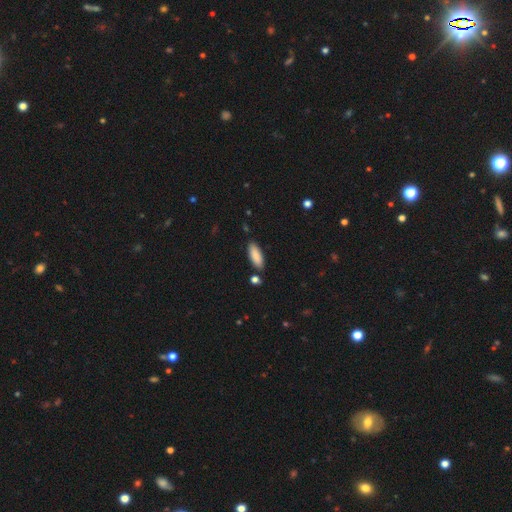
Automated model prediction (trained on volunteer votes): Q: Smooth or featured?
A: smooth (89%); runner-up: star or artifact (6%)
Q: How rounded?
A: in between (73%); runner-up: cigar-shaped (25%)
Q: Merging?
A: none (84%); runner-up: minor disturbance (10%)